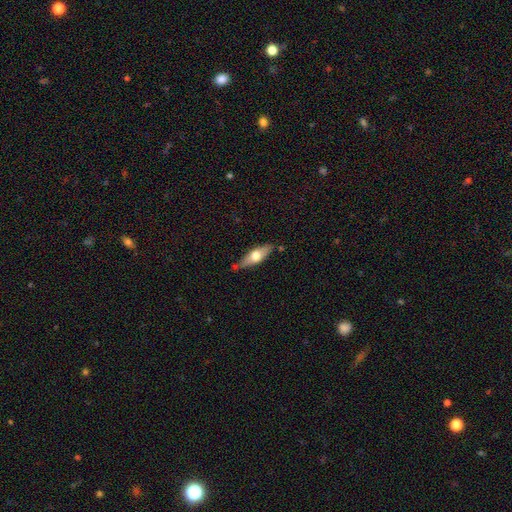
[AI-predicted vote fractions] Morphology: type=smooth (52%); roundness=in between (53%); merging=none (73%).